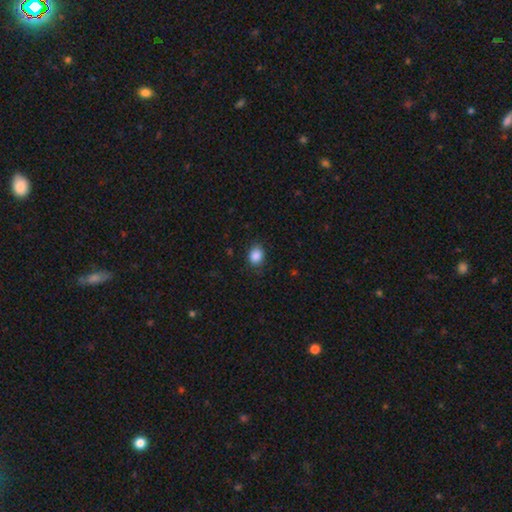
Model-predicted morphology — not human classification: Q: Smooth or featured?
A: smooth (88%); runner-up: star or artifact (9%)
Q: How rounded?
A: round (52%); runner-up: in between (47%)
Q: Merging?
A: none (82%); runner-up: minor disturbance (14%)